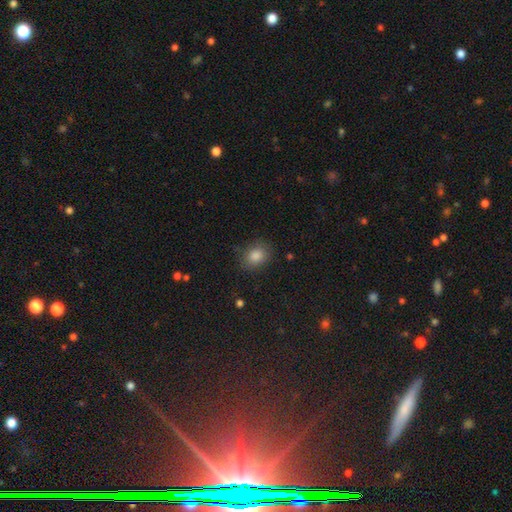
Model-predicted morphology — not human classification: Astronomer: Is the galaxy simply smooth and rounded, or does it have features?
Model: smooth — 83%.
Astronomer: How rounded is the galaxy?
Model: in between — 52% (runner-up: round, 47%).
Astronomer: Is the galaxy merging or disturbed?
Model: none — 82%.